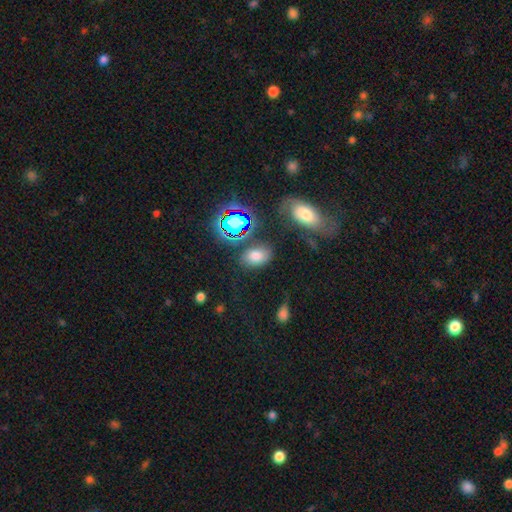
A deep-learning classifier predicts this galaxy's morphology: Smooth or featured? smooth (68%)
How rounded? in between (84%)
Merging? none (75%)